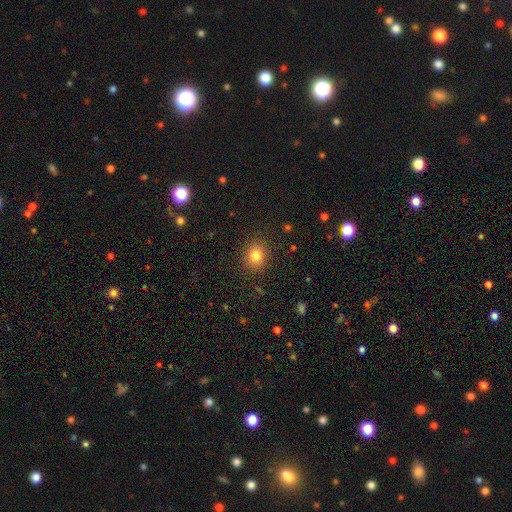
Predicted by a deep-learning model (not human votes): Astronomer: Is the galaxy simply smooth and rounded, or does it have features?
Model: smooth — 81%.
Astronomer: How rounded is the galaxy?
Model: round — 73%.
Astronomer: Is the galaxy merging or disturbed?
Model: none — 88%.